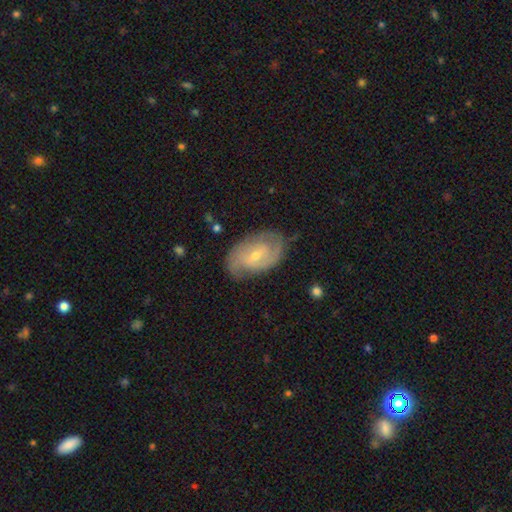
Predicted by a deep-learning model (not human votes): Smooth or featured?
  - featured or disk: 75% *
  - smooth: 19%
  - star or artifact: 6%
Edge-on disk?
  - no: 96% *
  - yes: 4%
Bar?
  - weak: 46% *
  - no: 42%
  - strong: 12%
Spiral arms?
  - yes: 89% *
  - no: 11%
Spiral winding?
  - tight: 44% *
  - medium: 41%
  - loose: 15%
Spiral arm count?
  - 2: 70% *
  - can't tell: 18%
  - 3: 5%
  - 1: 3%
  - 4: 2%
  - more than 4: 2%
Bulge size?
  - small: 61% *
  - moderate: 35%
  - none: 1%
  - large: 1%
  - dominant: 1%
Merging?
  - none: 74% *
  - minor disturbance: 19%
  - major disturbance: 6%
  - merger: 1%